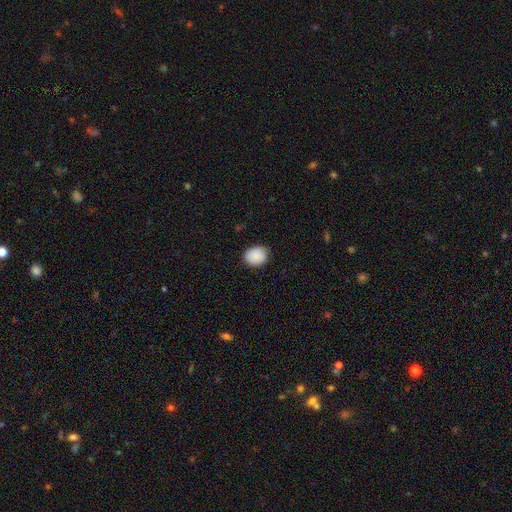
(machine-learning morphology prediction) smooth_or_featured: smooth (p=0.90) [alt: star or artifact p=0.07]
how_rounded: round (p=0.60) [alt: in between p=0.39]
merging: none (p=0.83) [alt: minor disturbance p=0.14]